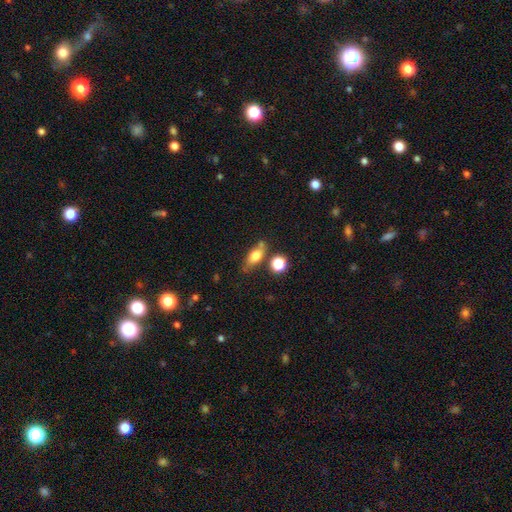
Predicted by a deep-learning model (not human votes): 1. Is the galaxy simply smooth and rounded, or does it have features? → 69% smooth, 20% featured or disk, 11% star or artifact.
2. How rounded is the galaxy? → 69% in between, 16% cigar-shaped, 15% round.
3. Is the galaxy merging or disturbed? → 62% none, 19% minor disturbance, 13% merger, 7% major disturbance.